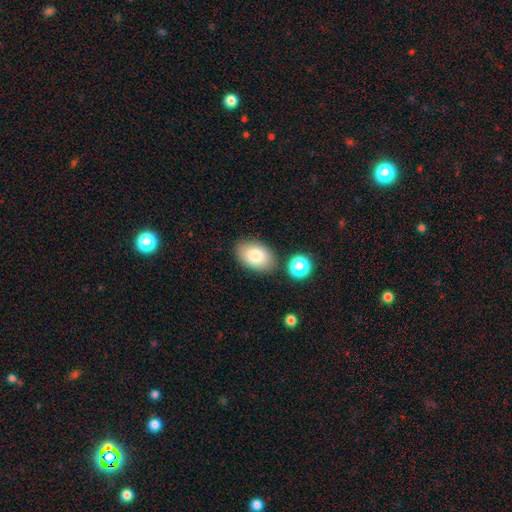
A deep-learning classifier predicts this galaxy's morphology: smooth_or_featured: smooth (p=0.83) [alt: featured or disk p=0.09]
how_rounded: in between (p=0.90) [alt: round p=0.09]
merging: none (p=0.80) [alt: minor disturbance p=0.11]